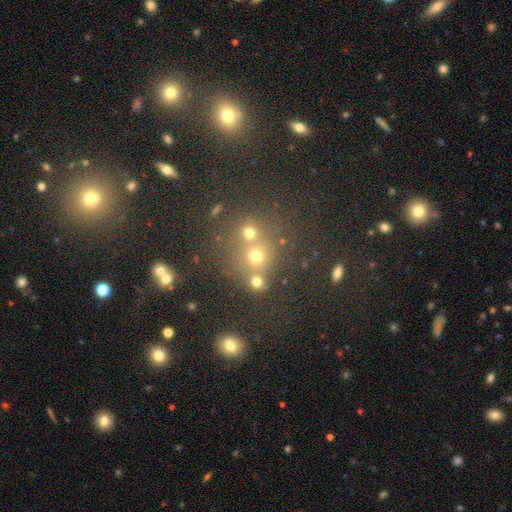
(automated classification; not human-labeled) A smooth galaxy with no disk features (47%). Merging: none (63%).